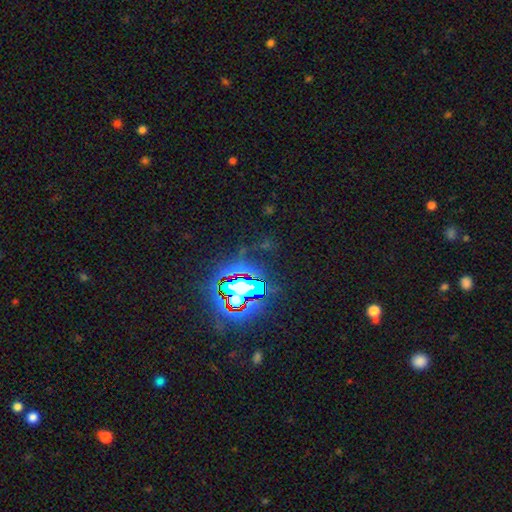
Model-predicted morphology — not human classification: type=star or artifact (85%).